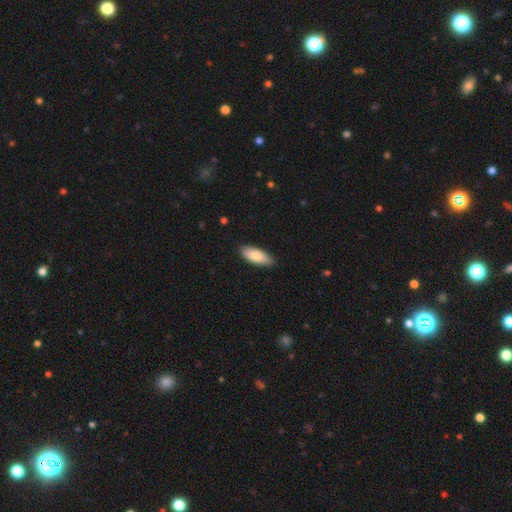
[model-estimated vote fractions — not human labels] This is clearly a smooth galaxy (86%). How rounded: likely in between (80%). Merging: clearly none (85%).